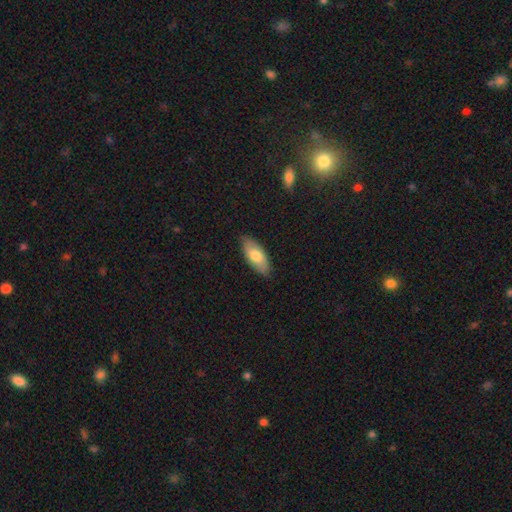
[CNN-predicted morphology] This appears to be a smooth galaxy with no disk features (74%) that is in between round and cigar-shaped (84%). Merging: none (84%).